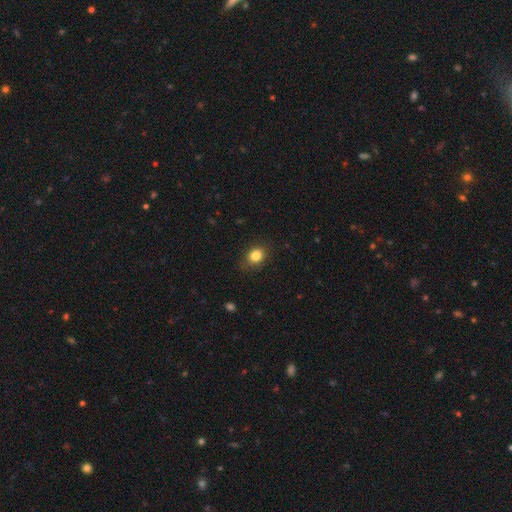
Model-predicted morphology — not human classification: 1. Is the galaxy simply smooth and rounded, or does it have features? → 83% smooth, 10% star or artifact, 6% featured or disk.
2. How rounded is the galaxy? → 55% in between, 44% round, 1% cigar-shaped.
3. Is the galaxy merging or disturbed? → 81% none, 14% minor disturbance, 4% major disturbance, 1% merger.